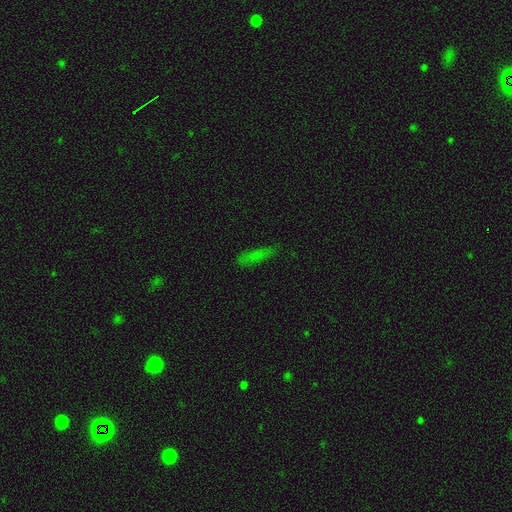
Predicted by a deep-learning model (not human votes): Smooth or featured? smooth (65%)
How rounded? cigar-shaped (73%)
Merging? none (79%)